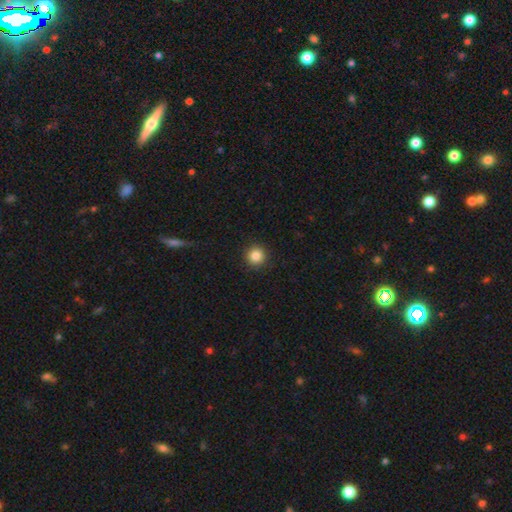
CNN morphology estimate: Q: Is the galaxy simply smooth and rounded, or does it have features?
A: smooth — 86%.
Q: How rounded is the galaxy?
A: round — 95%.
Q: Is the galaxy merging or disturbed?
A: none — 92%.